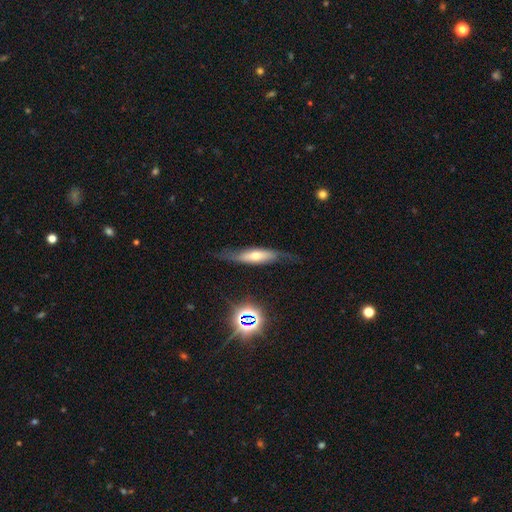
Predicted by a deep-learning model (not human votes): The model was most divided on "smooth or featured": featured or disk: 54%, smooth: 35%, star or artifact: 11%. More confident: merging — none (68%); edge-on disk — yes (64%).